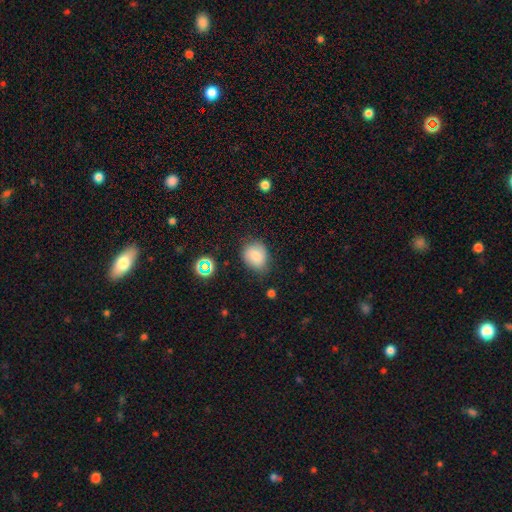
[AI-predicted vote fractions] This appears to be a smooth galaxy with no disk features (81%) that is round (53%). Merging: none (68%).